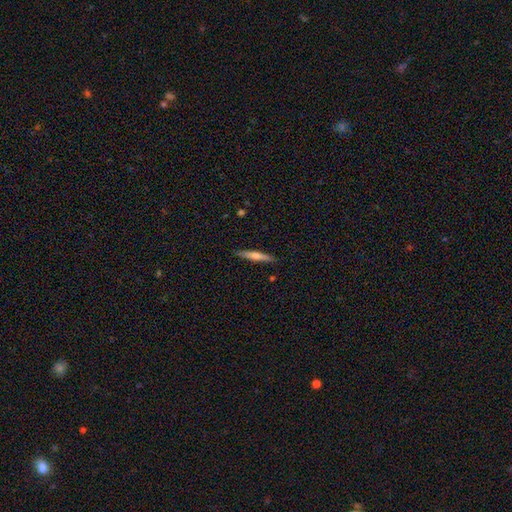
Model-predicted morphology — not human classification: smooth-or-featured: smooth: 50% | featured or disk: 44% | star or artifact: 6%
  how-rounded: cigar-shaped: 93% | in between: 6% | round: 2%
  merging: none: 90% | minor disturbance: 8% | major disturbance: 2% | merger: 1%